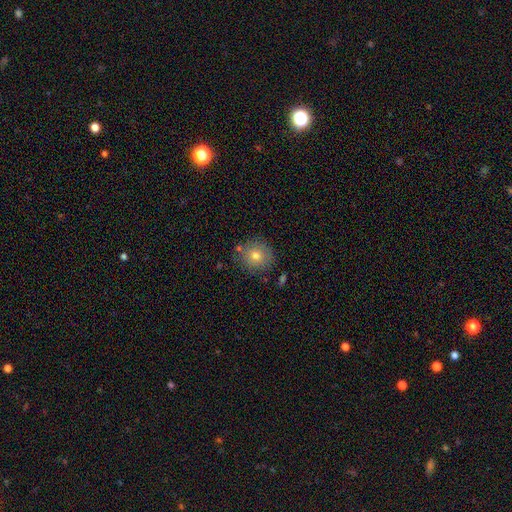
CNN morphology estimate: A smooth galaxy with no disk features (75%) that is round (91%). Merging: none (81%).